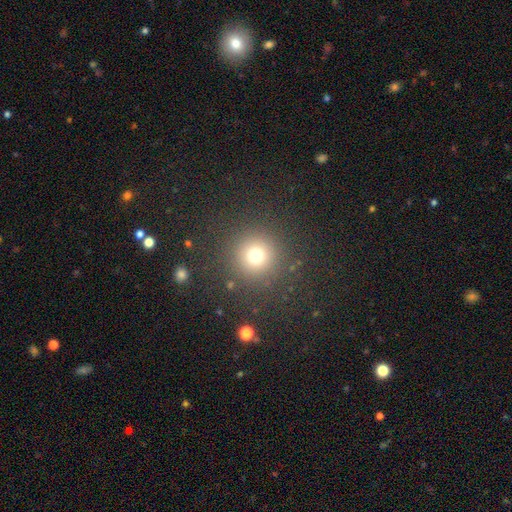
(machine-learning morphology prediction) A smooth galaxy with no disk features (74%) that is round (95%).

Vote fractions:
- Smooth or featured? smooth: 74% / star or artifact: 19% / featured or disk: 8%
- How rounded? round: 95% / in between: 4% / cigar-shaped: 1%
- Merging? none: 88% / minor disturbance: 6% / major disturbance: 4% / merger: 2%